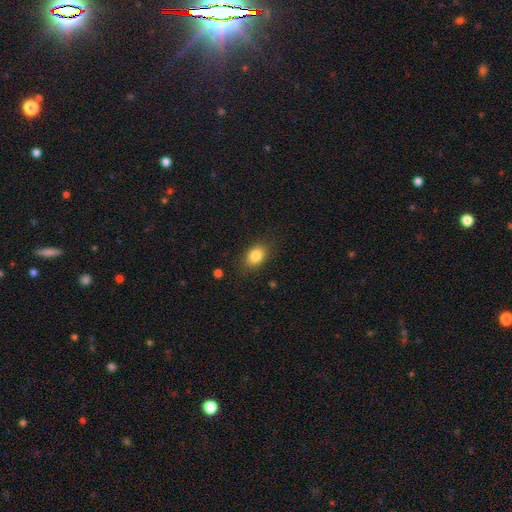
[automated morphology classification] Q: Smooth or featured?
A: smooth (84%); runner-up: star or artifact (9%)
Q: How rounded?
A: in between (79%); runner-up: round (20%)
Q: Merging?
A: none (84%); runner-up: minor disturbance (12%)